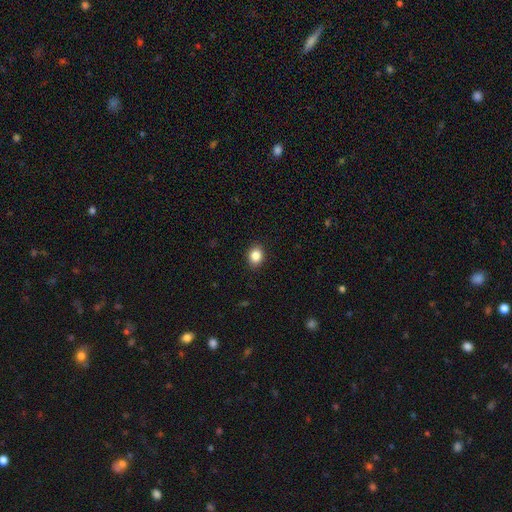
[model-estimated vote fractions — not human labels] Morphology: type=smooth (86%); roundness=round (52%); merging=none (90%).